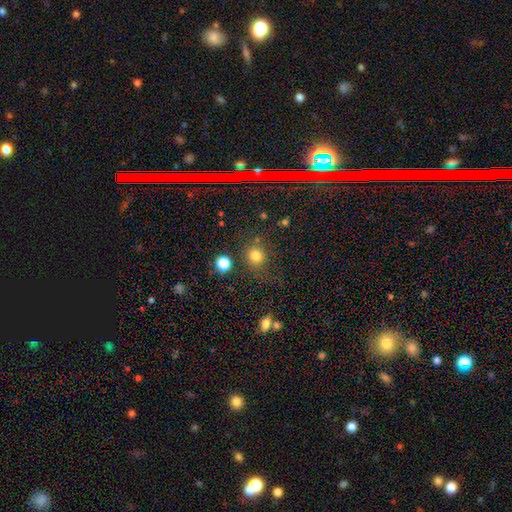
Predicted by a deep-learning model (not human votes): Morphology: type=smooth (77%); roundness=round (86%); merging=none (74%).